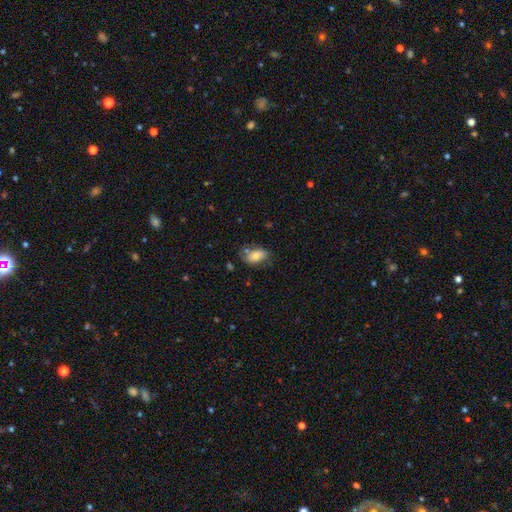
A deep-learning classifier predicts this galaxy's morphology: This is likely a smooth galaxy (72%). How rounded: clearly in between (89%). Merging: possibly none (59%).